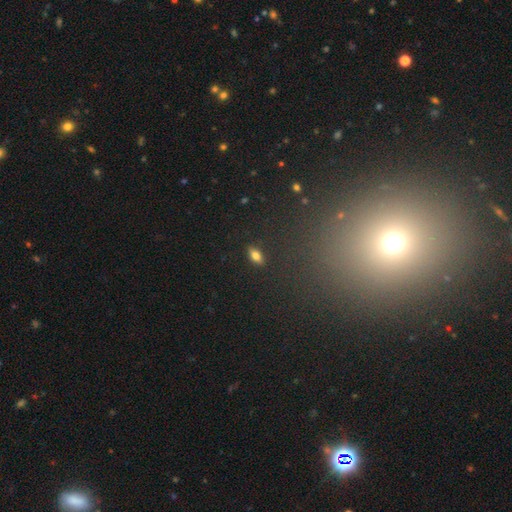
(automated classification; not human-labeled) Overall: smooth (75%). How rounded: in between (86%). Merging: none (89%).